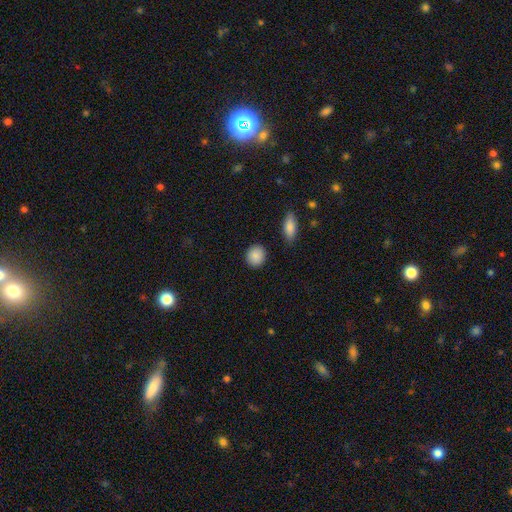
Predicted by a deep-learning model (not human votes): Smooth or featured: smooth — 89% (star or artifact — 7%)
How rounded: round — 79% (in between — 20%)
Merging: none — 89% (minor disturbance — 7%)